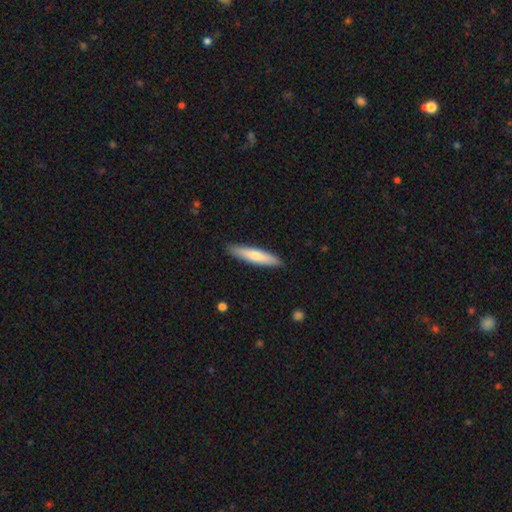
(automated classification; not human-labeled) A smooth galaxy with no disk features (70%) that is cigar-shaped (85%). Merging: none (90%).